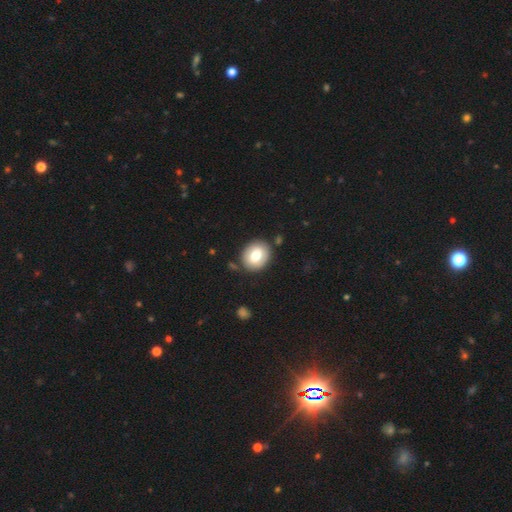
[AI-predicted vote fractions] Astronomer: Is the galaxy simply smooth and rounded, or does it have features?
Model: smooth — 73%.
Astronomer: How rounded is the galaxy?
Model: round — 58% (runner-up: in between, 41%).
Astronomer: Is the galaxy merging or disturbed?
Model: none — 85%.